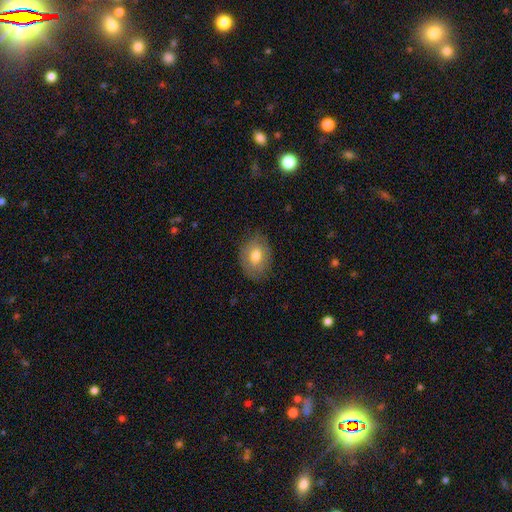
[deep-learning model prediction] smooth_or_featured: smooth (p=0.72) [alt: featured or disk p=0.21]
how_rounded: in between (p=0.65) [alt: round p=0.34]
merging: none (p=0.79) [alt: minor disturbance p=0.16]